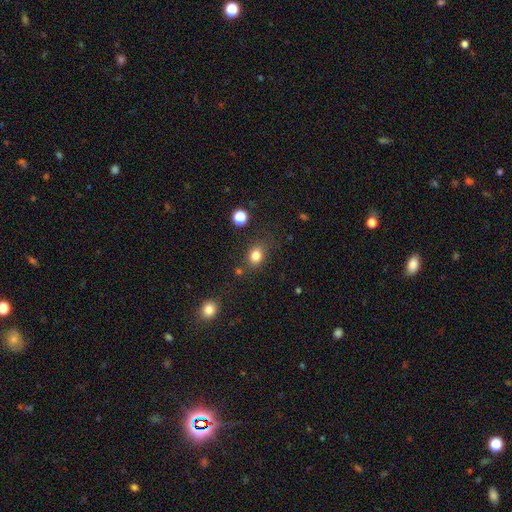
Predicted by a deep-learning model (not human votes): The model was most divided on "how rounded": in between: 55%, round: 44%, cigar-shaped: 1%. More confident: smooth or featured — smooth (81%); merging — none (75%).